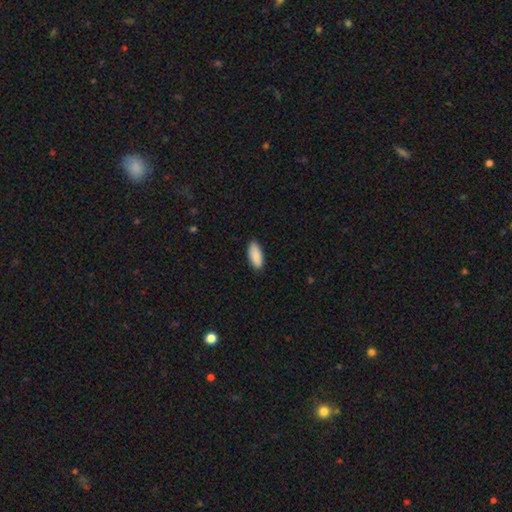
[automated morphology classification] A smooth galaxy with no disk features (90%) that is in between round and cigar-shaped (83%).

Vote fractions:
- Smooth or featured? smooth: 90% / star or artifact: 6% / featured or disk: 4%
- How rounded? in between: 83% / cigar-shaped: 16% / round: 2%
- Merging? none: 88% / minor disturbance: 10% / major disturbance: 2% / merger: 1%